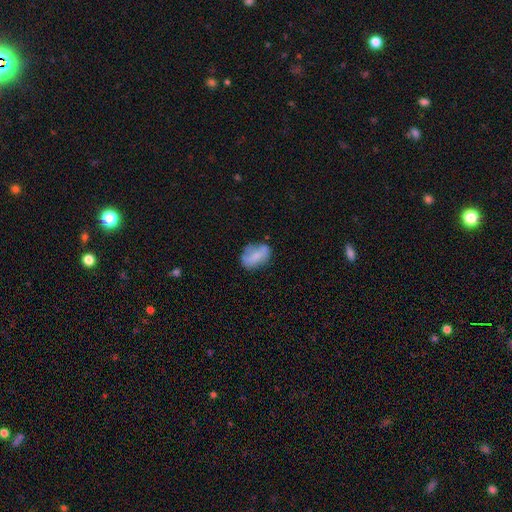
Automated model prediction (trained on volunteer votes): This is likely a smooth galaxy (71%). How rounded: clearly in between (83%). Merging: possibly none (57%).